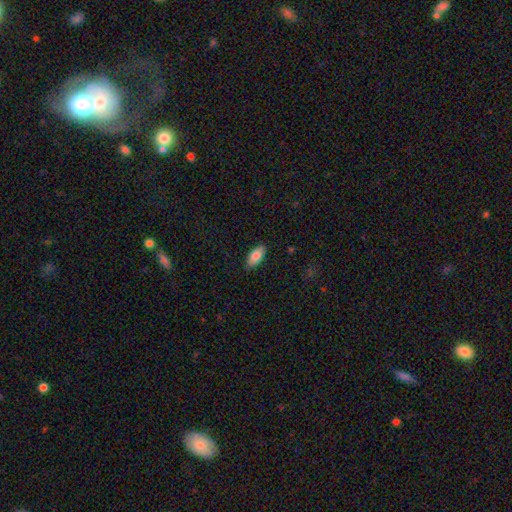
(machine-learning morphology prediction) Q: Smooth or featured?
A: smooth (80%); runner-up: featured or disk (14%)
Q: How rounded?
A: in between (89%); runner-up: cigar-shaped (9%)
Q: Merging?
A: none (87%); runner-up: minor disturbance (10%)